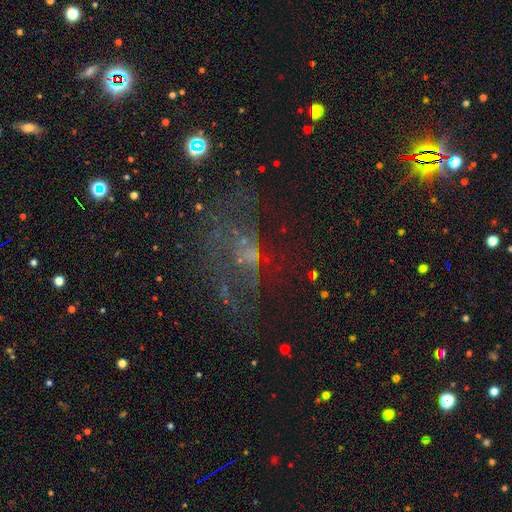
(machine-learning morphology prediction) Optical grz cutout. It shows a featured or disk galaxy (42%). Merging: none (43%).